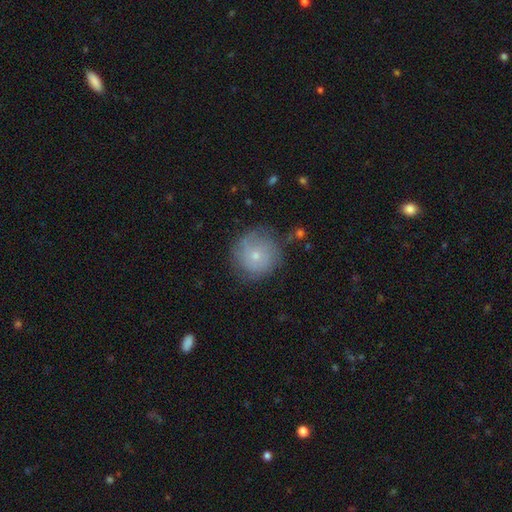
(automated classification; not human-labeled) smooth_or_featured: smooth (p=0.52) [alt: featured or disk p=0.39]
how_rounded: round (p=0.93) [alt: in between p=0.06]
merging: none (p=0.72) [alt: minor disturbance p=0.19]